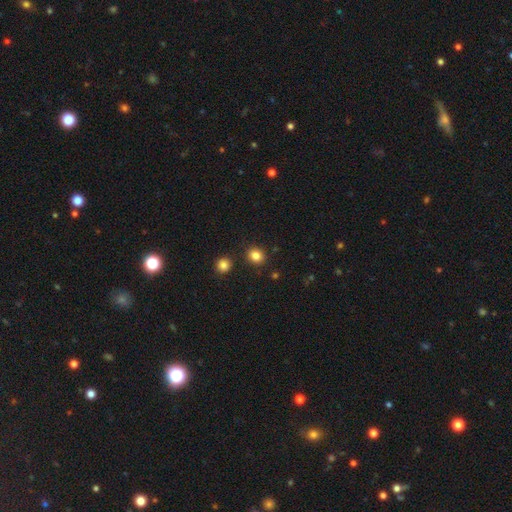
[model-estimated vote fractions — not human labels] Smooth or featured? Predicted: smooth (p=0.84). How rounded? Predicted: round (p=0.76). Merging? Predicted: none (p=0.87).